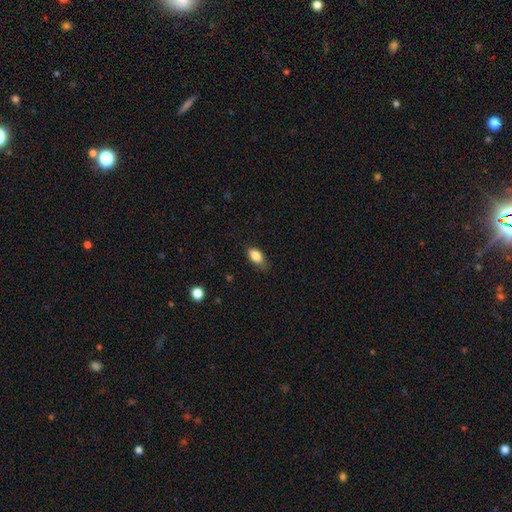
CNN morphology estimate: Q: Smooth or featured?
A: smooth (84%); runner-up: star or artifact (8%)
Q: How rounded?
A: in between (88%); runner-up: round (7%)
Q: Merging?
A: none (74%); runner-up: minor disturbance (21%)